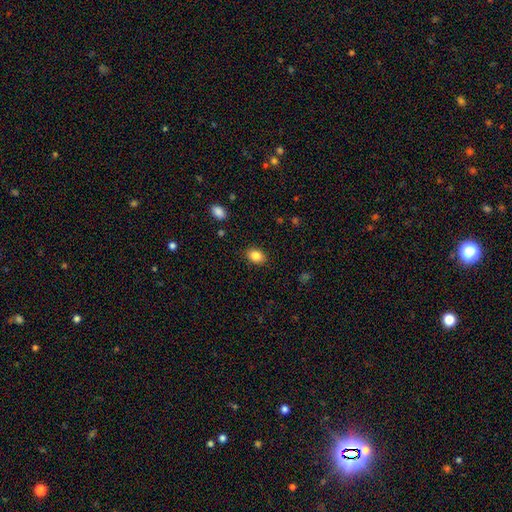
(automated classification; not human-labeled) smooth 85%, star or artifact 9%, featured or disk 6%. Down the decision tree: how rounded — in between (76%); merging — none (87%).